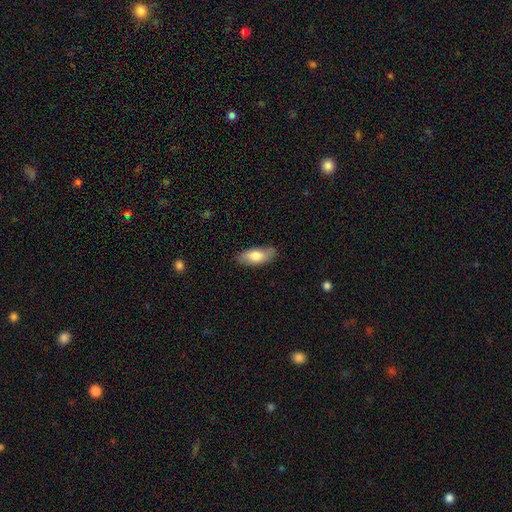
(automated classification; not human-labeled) smooth_or_featured: smooth (p=0.76) [alt: featured or disk p=0.18]
how_rounded: in between (p=0.80) [alt: cigar-shaped p=0.17]
merging: none (p=0.83) [alt: minor disturbance p=0.14]